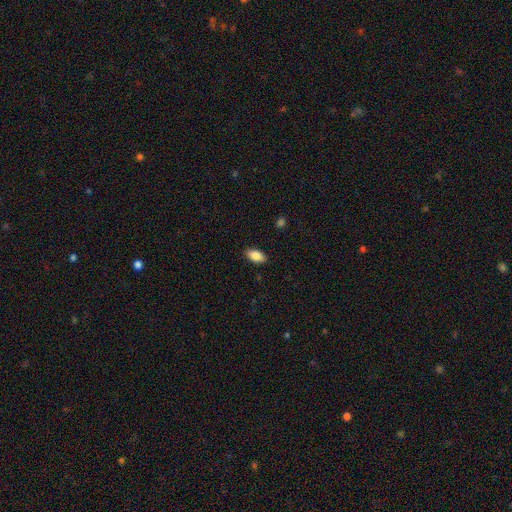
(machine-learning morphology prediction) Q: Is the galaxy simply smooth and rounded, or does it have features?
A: smooth — 85%.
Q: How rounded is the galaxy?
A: in between — 93%.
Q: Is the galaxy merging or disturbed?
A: none — 89%.